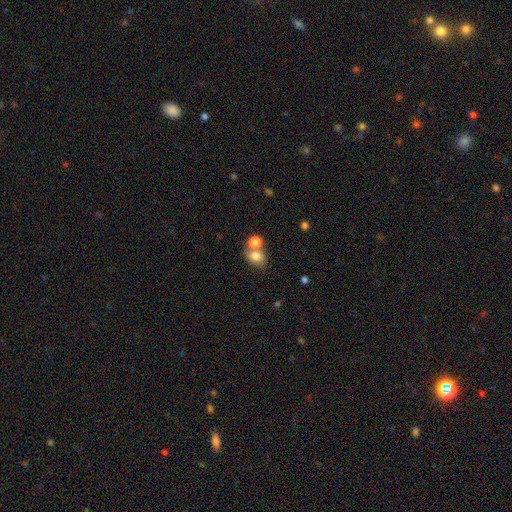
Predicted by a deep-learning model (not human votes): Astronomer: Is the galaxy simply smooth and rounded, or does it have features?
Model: smooth — 78%.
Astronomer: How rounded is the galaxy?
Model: in between — 55% (runner-up: round, 44%).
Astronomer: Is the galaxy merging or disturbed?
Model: none — 51% (runner-up: merger, 32%).